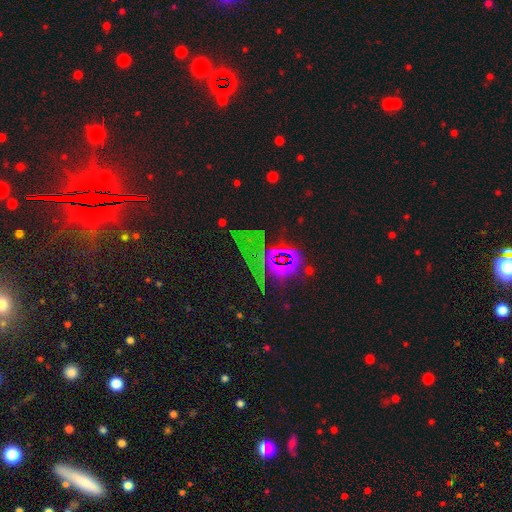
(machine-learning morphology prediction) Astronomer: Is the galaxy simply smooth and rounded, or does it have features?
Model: star or artifact — 75%.